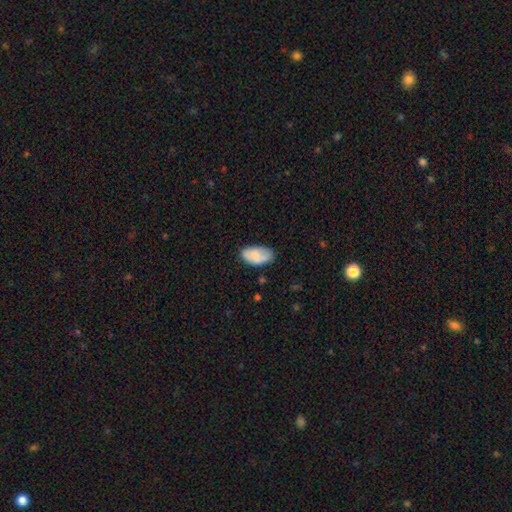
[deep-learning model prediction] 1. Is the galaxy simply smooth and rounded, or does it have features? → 80% smooth, 14% featured or disk, 7% star or artifact.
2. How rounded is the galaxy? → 94% in between, 4% round, 2% cigar-shaped.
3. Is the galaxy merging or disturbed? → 67% none, 26% minor disturbance, 5% major disturbance, 2% merger.